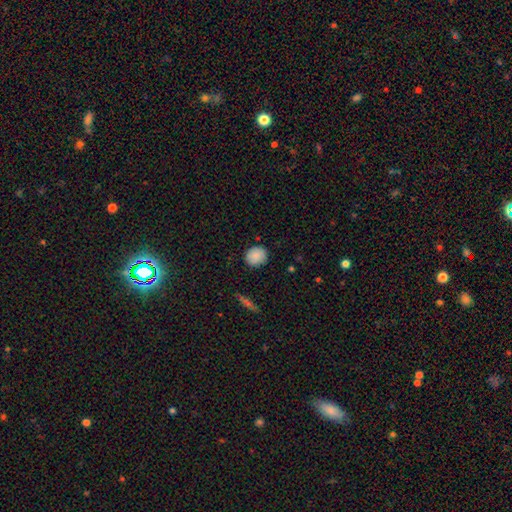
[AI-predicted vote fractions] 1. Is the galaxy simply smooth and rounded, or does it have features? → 86% smooth, 8% star or artifact, 6% featured or disk.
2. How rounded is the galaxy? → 77% round, 22% in between, 1% cigar-shaped.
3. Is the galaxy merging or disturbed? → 85% none, 11% minor disturbance, 2% major disturbance, 1% merger.